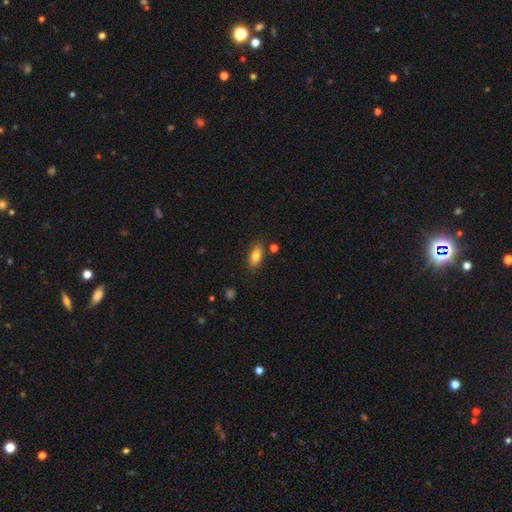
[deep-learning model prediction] Smooth or featured?
  - smooth: 79% *
  - featured or disk: 13%
  - star or artifact: 8%
How rounded?
  - in between: 84% *
  - cigar-shaped: 12%
  - round: 4%
Merging?
  - none: 82% *
  - minor disturbance: 12%
  - merger: 4%
  - major disturbance: 3%